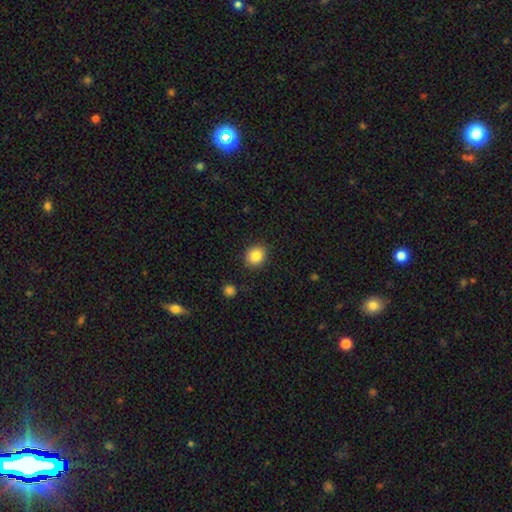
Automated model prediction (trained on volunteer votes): A smooth galaxy with no disk features (85%) that is round (71%). Merging: none (87%).